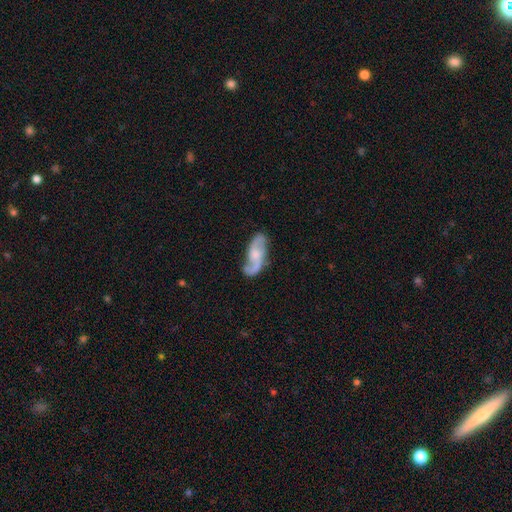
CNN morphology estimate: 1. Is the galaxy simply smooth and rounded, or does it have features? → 76% featured or disk, 18% smooth, 6% star or artifact.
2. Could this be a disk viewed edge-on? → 93% no, 7% yes.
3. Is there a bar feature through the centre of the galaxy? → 53% no, 39% weak, 8% strong.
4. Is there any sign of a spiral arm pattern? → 94% yes, 6% no.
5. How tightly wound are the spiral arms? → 46% loose, 41% medium, 13% tight.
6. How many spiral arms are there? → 86% 2, 5% can't tell, 5% 1, 2% 3, 1% 4, 1% more than 4.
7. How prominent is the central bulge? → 38% moderate, 31% small, 20% none, 9% large, 2% dominant.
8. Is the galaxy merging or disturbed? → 70% none, 19% minor disturbance, 8% major disturbance, 3% merger.